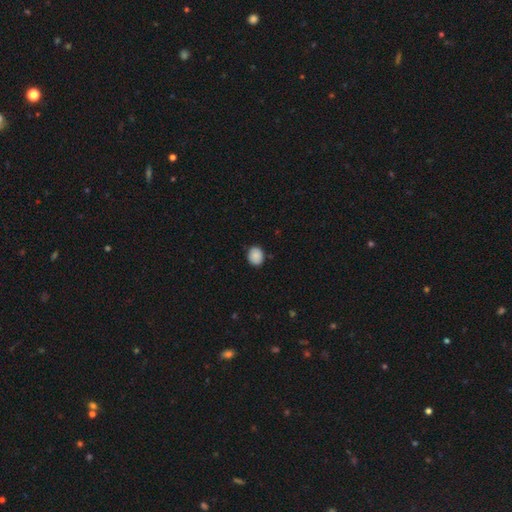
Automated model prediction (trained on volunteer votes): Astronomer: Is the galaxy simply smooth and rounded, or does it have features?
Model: smooth — 88%.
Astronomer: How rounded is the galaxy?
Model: round — 65%.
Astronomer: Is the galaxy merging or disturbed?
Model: none — 83%.